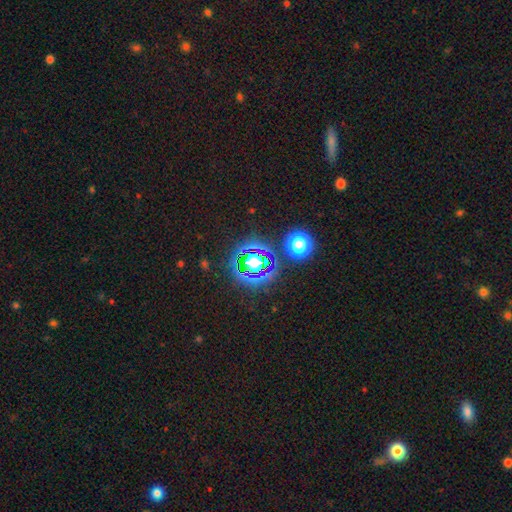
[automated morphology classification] smooth-or-featured: star or artifact: 76% | smooth: 15% | featured or disk: 9%